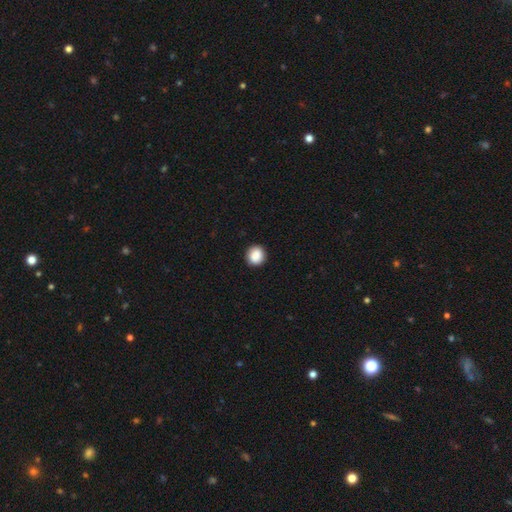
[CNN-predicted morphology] This appears to be a smooth galaxy with no disk features (88%) that is round (90%). Merging: none (91%).